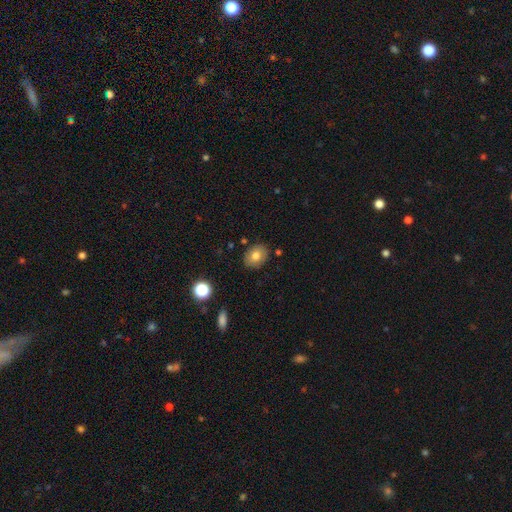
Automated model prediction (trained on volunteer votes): A smooth galaxy with no disk features (77%) that is in between round and cigar-shaped (58%). Merging: none (86%).